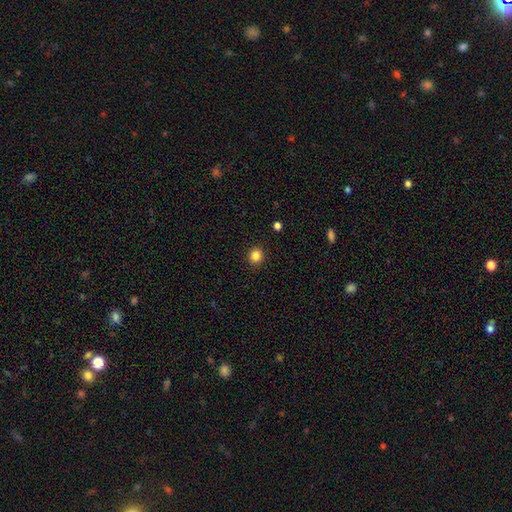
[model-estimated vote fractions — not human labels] smooth_or_featured: smooth (p=0.84) [alt: star or artifact p=0.12]
how_rounded: round (p=0.87) [alt: in between p=0.12]
merging: none (p=0.92) [alt: minor disturbance p=0.05]